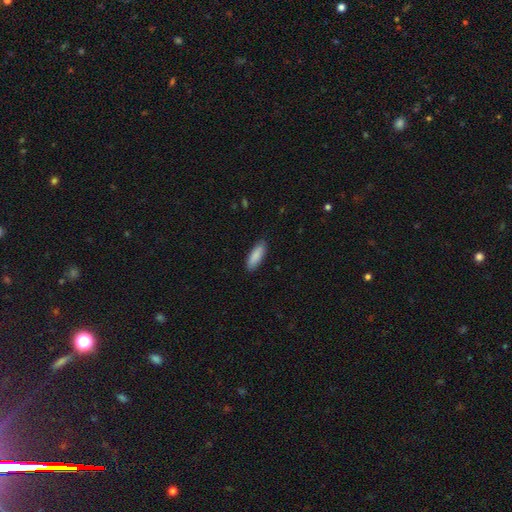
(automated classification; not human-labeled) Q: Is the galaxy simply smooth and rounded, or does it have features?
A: smooth — 89%.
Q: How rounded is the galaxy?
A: in between — 58%.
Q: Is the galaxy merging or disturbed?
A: none — 87%.